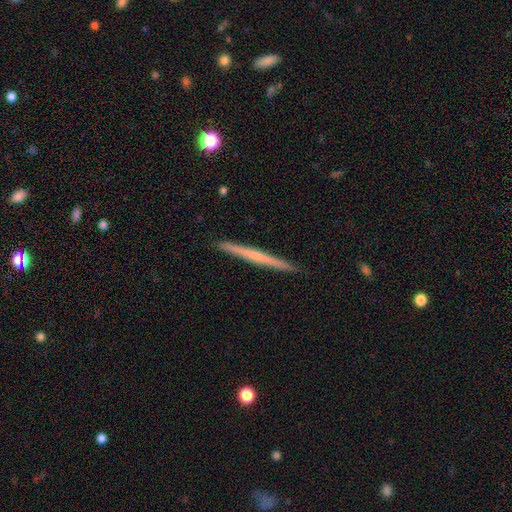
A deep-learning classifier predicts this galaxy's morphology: smooth-or-featured: featured or disk: 54% | smooth: 41% | star or artifact: 6%
  disk-edge-on: yes: 98% | no: 2%
    edge-on-bulge: none: 70% | rounded: 25% | boxy: 5%
  merging: none: 93% | minor disturbance: 5% | major disturbance: 1% | merger: 1%